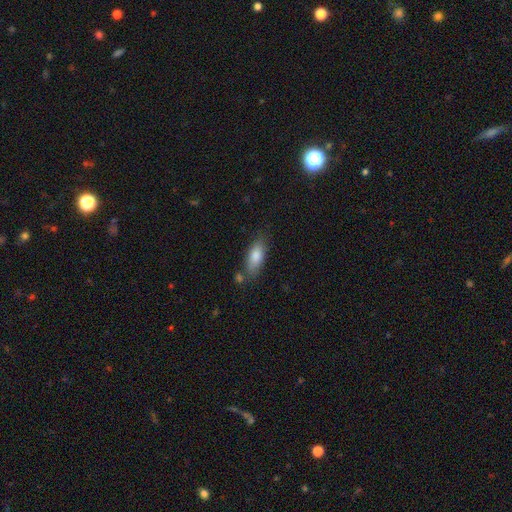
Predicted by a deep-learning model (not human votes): Overall: smooth (81%). How rounded: in between (75%). Merging: none (71%).